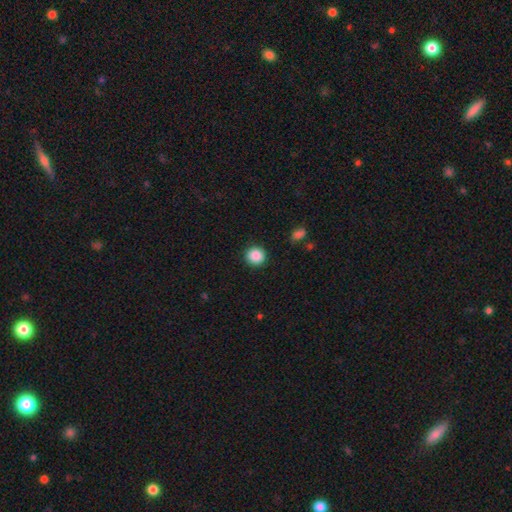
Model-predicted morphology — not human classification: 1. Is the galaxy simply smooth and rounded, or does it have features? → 88% smooth, 9% star or artifact, 3% featured or disk.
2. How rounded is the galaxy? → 94% round, 6% in between, 1% cigar-shaped.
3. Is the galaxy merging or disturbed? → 91% none, 6% minor disturbance, 2% major disturbance, 1% merger.